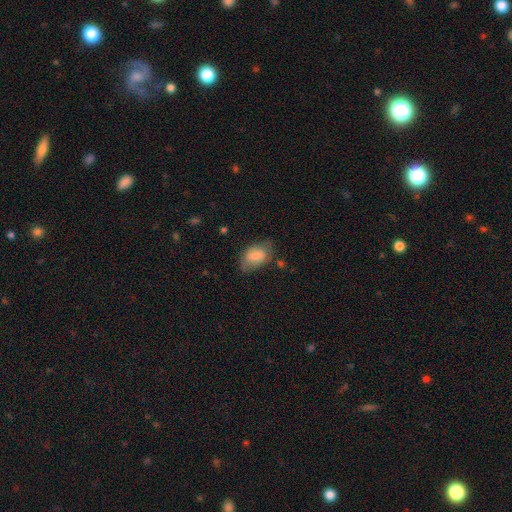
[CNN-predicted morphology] smooth_or_featured: smooth (p=0.75) [alt: featured or disk p=0.18]
how_rounded: in between (p=0.89) [alt: round p=0.09]
merging: none (p=0.61) [alt: minor disturbance p=0.27]